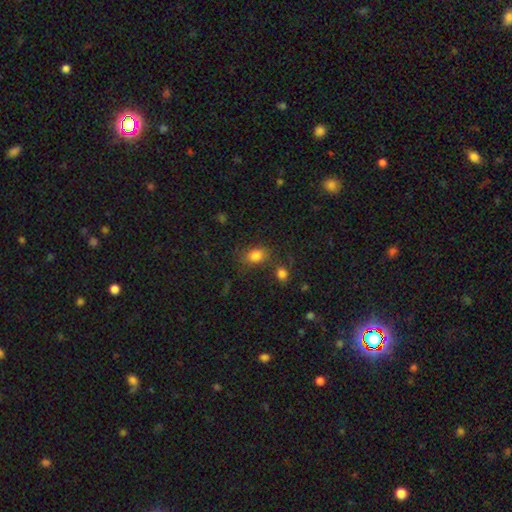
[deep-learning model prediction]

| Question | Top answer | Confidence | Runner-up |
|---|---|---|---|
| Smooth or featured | smooth | 81% | star or artifact (12%) |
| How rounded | in between | 67% | round (32%) |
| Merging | none | 64% | minor disturbance (17%) |